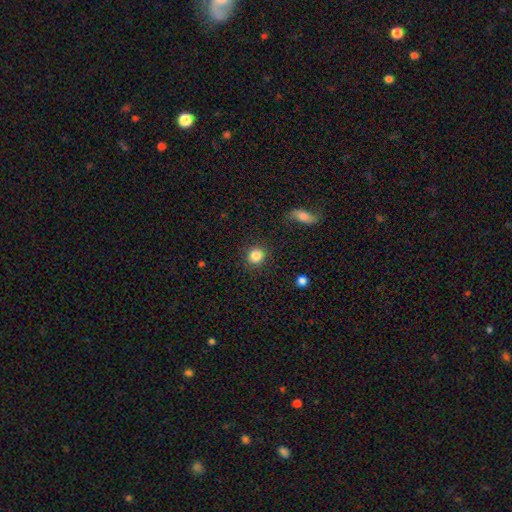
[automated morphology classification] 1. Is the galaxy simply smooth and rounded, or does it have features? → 86% smooth, 9% star or artifact, 5% featured or disk.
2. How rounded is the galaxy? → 88% round, 11% in between, 1% cigar-shaped.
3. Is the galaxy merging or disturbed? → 88% none, 7% minor disturbance, 3% major disturbance, 2% merger.